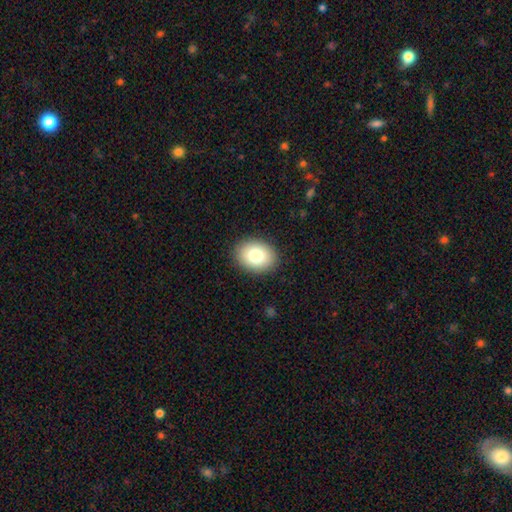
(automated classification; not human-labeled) Smooth or featured: smooth — 80% (featured or disk — 11%)
How rounded: in between — 66% (round — 33%)
Merging: none — 90% (minor disturbance — 7%)